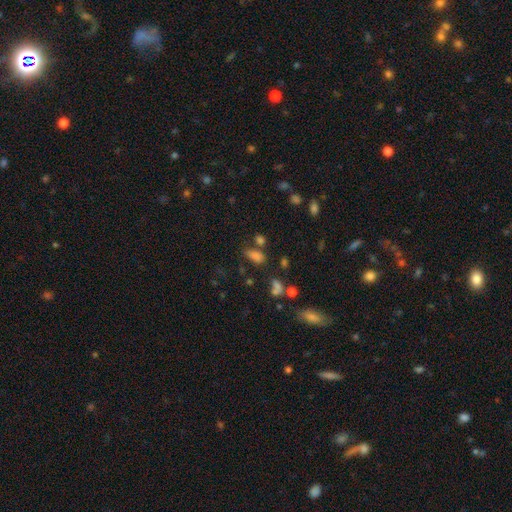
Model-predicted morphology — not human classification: Smooth or featured: smooth — 74% (star or artifact — 19%)
How rounded: in between — 84% (round — 8%)
Merging: none — 61% (merger — 17%)